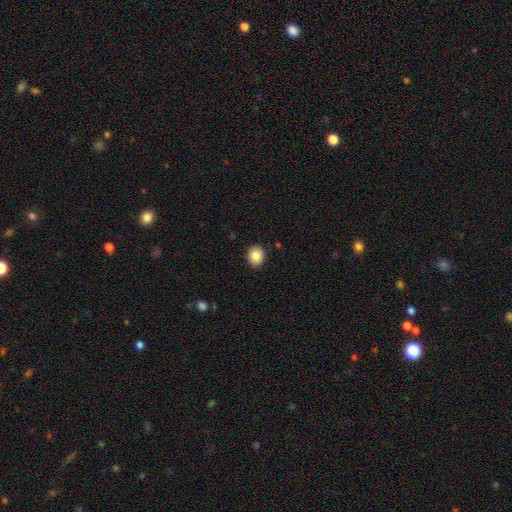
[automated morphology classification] smooth-or-featured: smooth: 85% | star or artifact: 8% | featured or disk: 7%
  how-rounded: round: 61% | in between: 38% | cigar-shaped: 1%
  merging: none: 89% | minor disturbance: 8% | major disturbance: 2% | merger: 1%